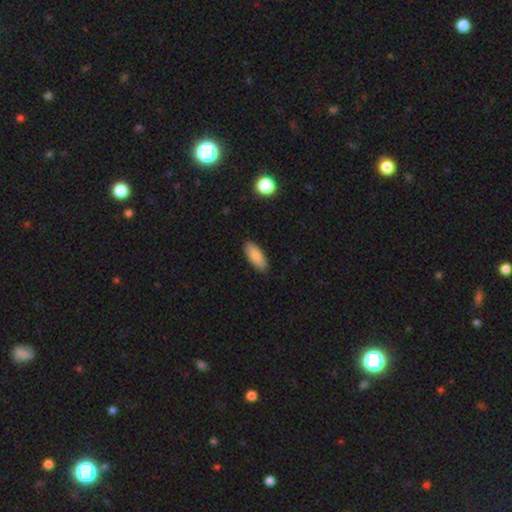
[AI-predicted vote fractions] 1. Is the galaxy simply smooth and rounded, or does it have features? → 85% smooth, 8% featured or disk, 6% star or artifact.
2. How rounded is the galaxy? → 74% in between, 24% cigar-shaped, 2% round.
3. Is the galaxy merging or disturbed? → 88% none, 9% minor disturbance, 2% major disturbance, 1% merger.